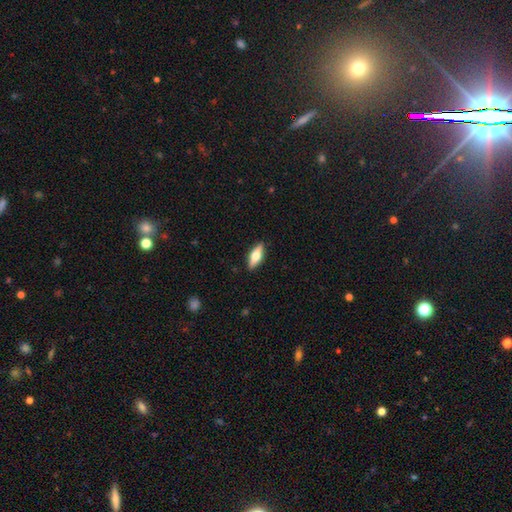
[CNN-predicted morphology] This is possibly a smooth galaxy (57%). How rounded: likely in between (66%). Merging: clearly none (89%).